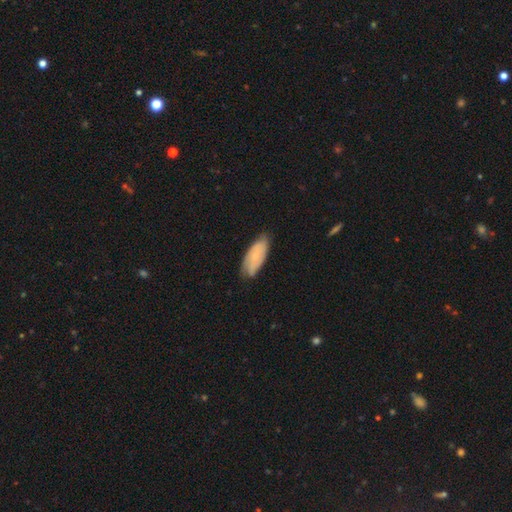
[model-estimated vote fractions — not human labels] smooth-or-featured: smooth: 60% | featured or disk: 34% | star or artifact: 6%
  how-rounded: in between: 83% | cigar-shaped: 15% | round: 2%
  merging: none: 74% | minor disturbance: 22% | major disturbance: 3% | merger: 1%